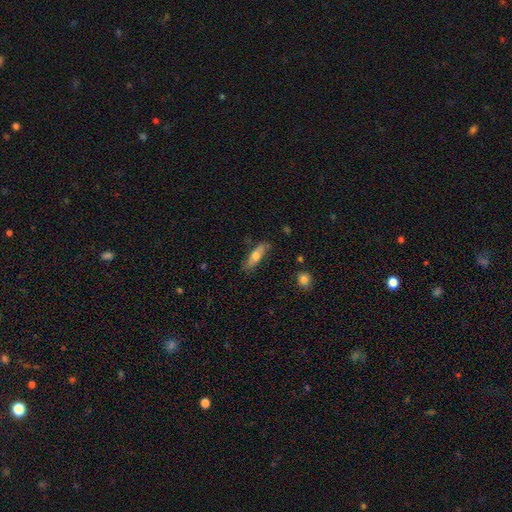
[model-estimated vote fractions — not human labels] smooth-or-featured: smooth: 58% | featured or disk: 36% | star or artifact: 6%
  how-rounded: cigar-shaped: 51% | in between: 47% | round: 3%
  merging: none: 76% | minor disturbance: 18% | major disturbance: 4% | merger: 2%